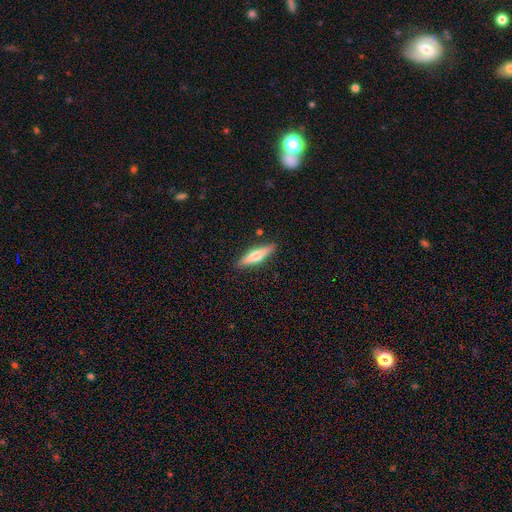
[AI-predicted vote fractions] Morphology: type=smooth (53%); roundness=cigar-shaped (75%); merging=none (88%).